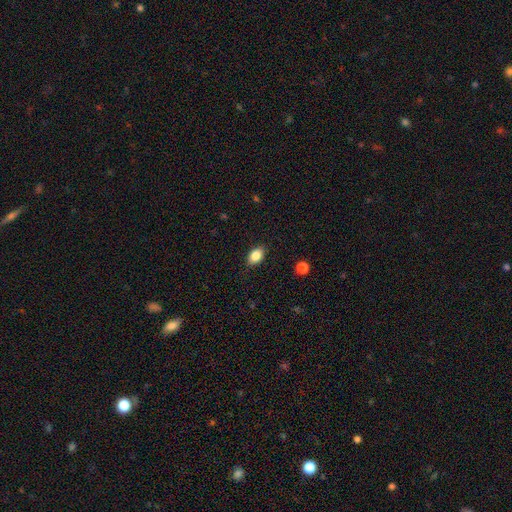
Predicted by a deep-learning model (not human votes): smooth_or_featured: smooth (p=0.85) [alt: star or artifact p=0.08]
how_rounded: in between (p=0.86) [alt: round p=0.12]
merging: none (p=0.86) [alt: minor disturbance p=0.10]